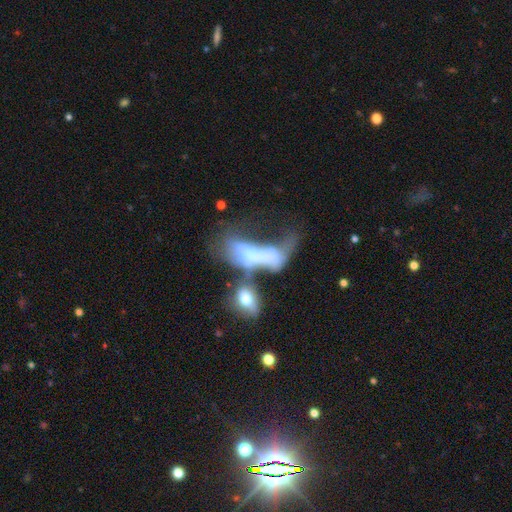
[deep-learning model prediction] A featured or disk galaxy (49%). Merging: merger (52%).